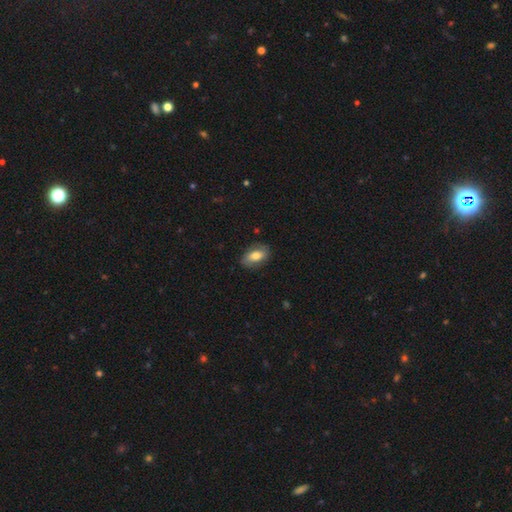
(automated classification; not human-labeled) Smooth or featured? smooth (67%)
How rounded? in between (89%)
Merging? none (79%)